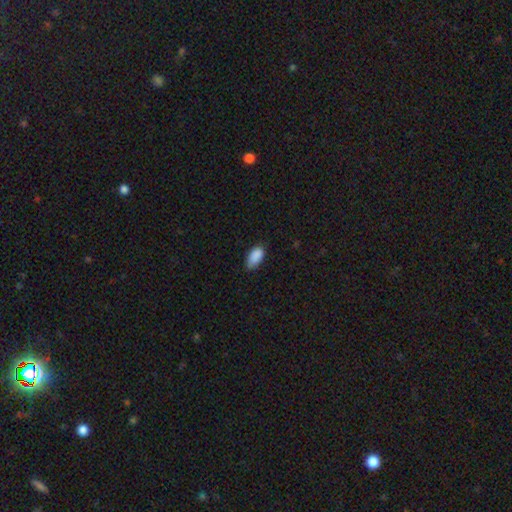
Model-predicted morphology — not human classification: Smooth or featured: smooth — 89% (star or artifact — 7%)
How rounded: in between — 94% (round — 3%)
Merging: none — 68% (minor disturbance — 27%)